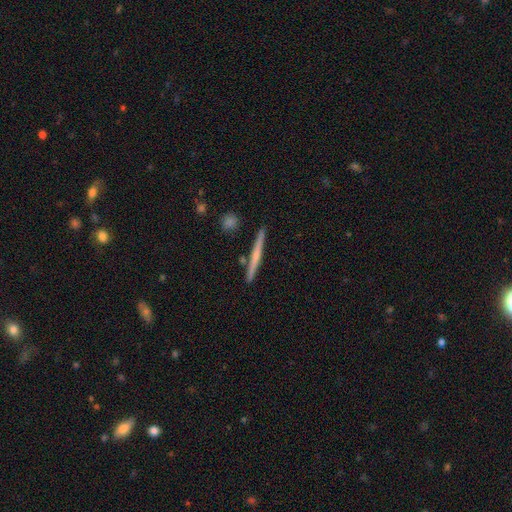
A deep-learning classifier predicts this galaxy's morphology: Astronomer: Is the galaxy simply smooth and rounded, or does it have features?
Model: featured or disk — 54% (runner-up: smooth, 40%).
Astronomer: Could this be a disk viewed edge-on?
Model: yes — 98%.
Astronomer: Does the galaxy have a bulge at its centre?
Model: none — 56% (runner-up: rounded, 37%).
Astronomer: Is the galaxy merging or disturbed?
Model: none — 89%.